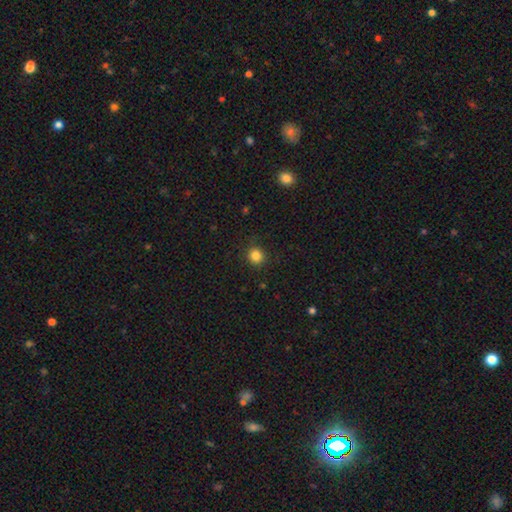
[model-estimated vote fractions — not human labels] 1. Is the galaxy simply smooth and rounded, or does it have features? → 84% smooth, 12% star or artifact, 4% featured or disk.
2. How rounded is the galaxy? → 88% round, 11% in between, 1% cigar-shaped.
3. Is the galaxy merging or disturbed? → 88% none, 8% minor disturbance, 3% major disturbance, 1% merger.